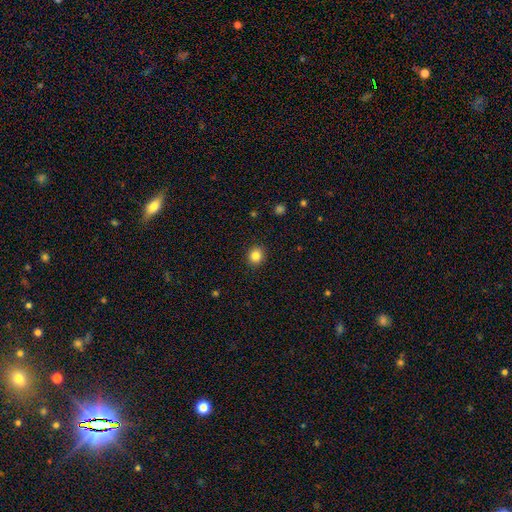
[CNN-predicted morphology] Overall: smooth (84%). How rounded: round (79%). Merging: none (91%).